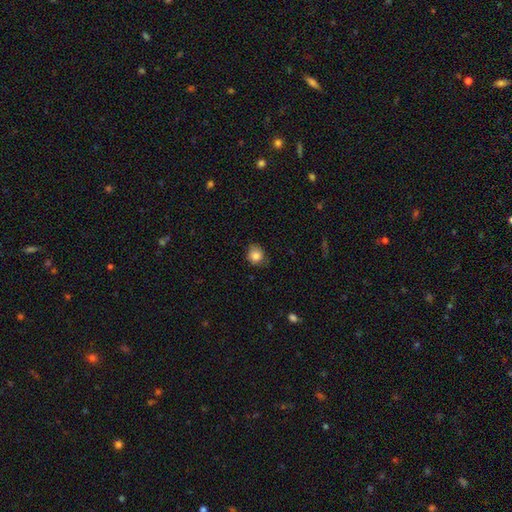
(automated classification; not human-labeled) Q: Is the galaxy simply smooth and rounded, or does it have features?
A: smooth — 84%.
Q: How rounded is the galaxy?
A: round — 77%.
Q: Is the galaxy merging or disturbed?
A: none — 71%.